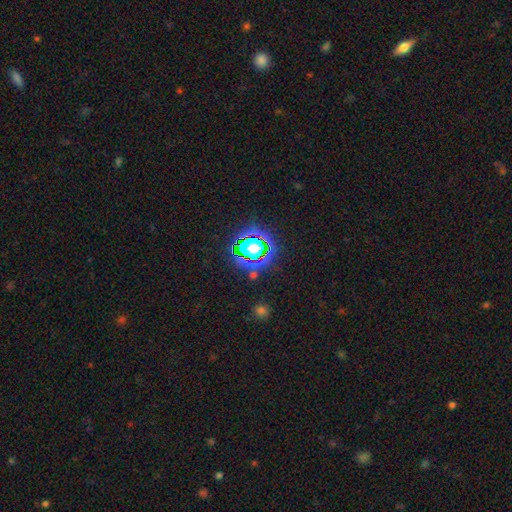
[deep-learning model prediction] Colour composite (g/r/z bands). It shows a star or artifact, not a galaxy (70%).